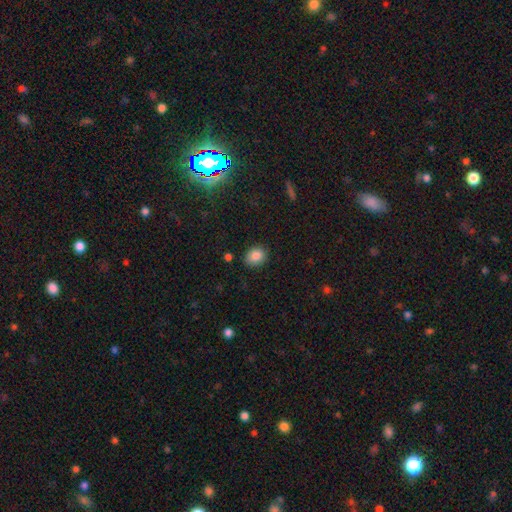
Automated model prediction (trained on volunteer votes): This appears to be a smooth galaxy with no disk features (84%) that is round (52%). Merging: none (86%).